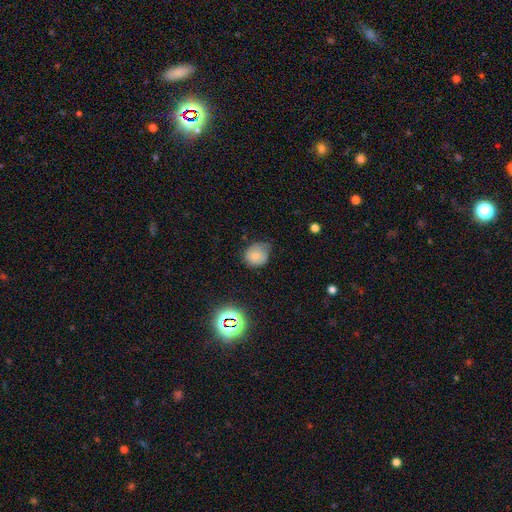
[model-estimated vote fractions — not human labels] A smooth galaxy with no disk features (74%) that is round (69%). Merging: none (49%).